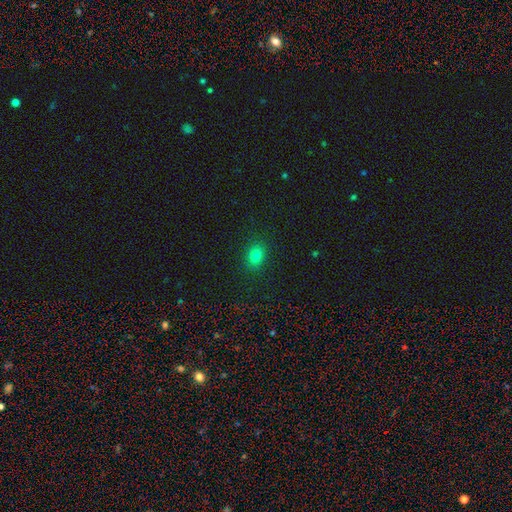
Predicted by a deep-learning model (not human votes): A smooth galaxy with no disk features (79%) that is in between round and cigar-shaped (56%).

Vote fractions:
- Smooth or featured? smooth: 79% / star or artifact: 14% / featured or disk: 6%
- How rounded? in between: 56% / round: 42% / cigar-shaped: 1%
- Merging? none: 88% / minor disturbance: 8% / major disturbance: 2% / merger: 1%